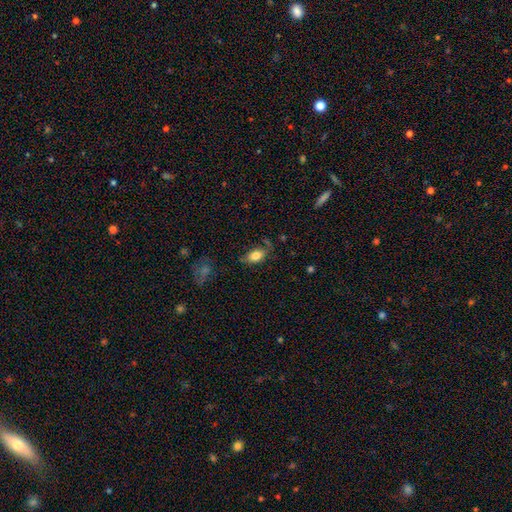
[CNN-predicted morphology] smooth-or-featured: smooth: 81% | featured or disk: 11% | star or artifact: 8%
  how-rounded: in between: 89% | round: 7% | cigar-shaped: 4%
  merging: none: 69% | minor disturbance: 22% | major disturbance: 6% | merger: 3%